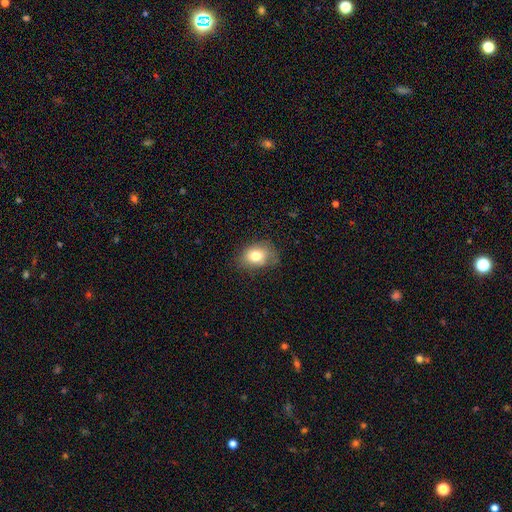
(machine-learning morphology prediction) A smooth galaxy with no disk features (76%) that is in between round and cigar-shaped (65%). Merging: none (66%).